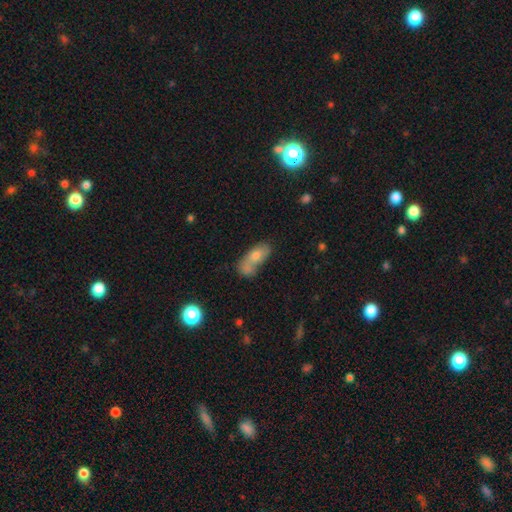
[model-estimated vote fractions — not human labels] smooth 70%, featured or disk 21%, star or artifact 9%. Down the decision tree: how rounded — in between (79%); merging — merger (44%).